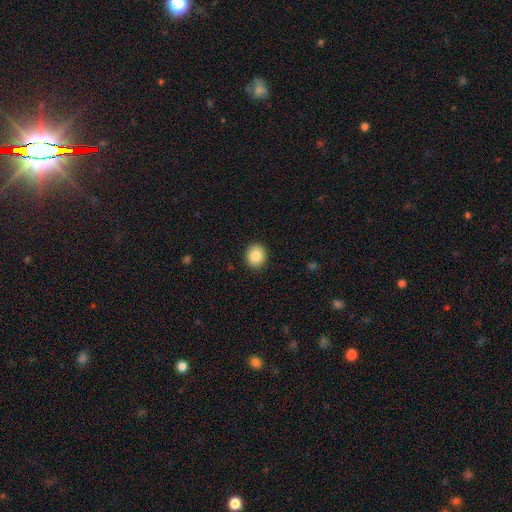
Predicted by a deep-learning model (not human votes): Smooth or featured?
  - smooth: 85% *
  - star or artifact: 8%
  - featured or disk: 7%
How rounded?
  - round: 71% *
  - in between: 28%
  - cigar-shaped: 1%
Merging?
  - none: 91% *
  - minor disturbance: 6%
  - major disturbance: 2%
  - merger: 1%